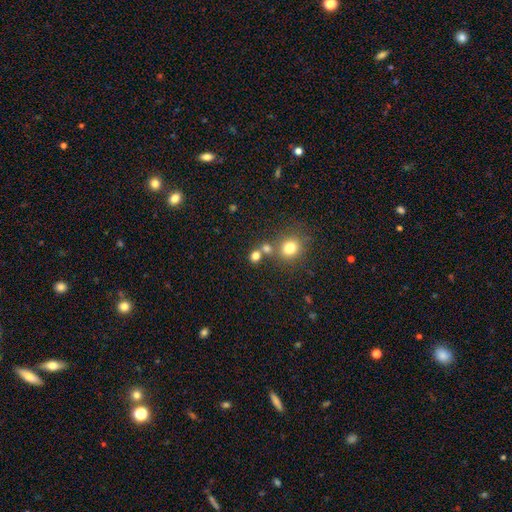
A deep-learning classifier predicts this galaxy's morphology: Overall: smooth (75%). How rounded: round (79%). Merging: none (60%; merger 28%).